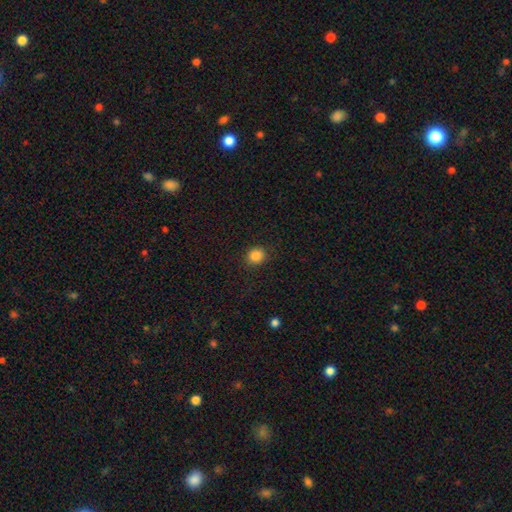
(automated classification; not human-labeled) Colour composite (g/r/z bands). It shows a smooth galaxy with no disk features (86%) that is round (82%). Merging: none (89%).